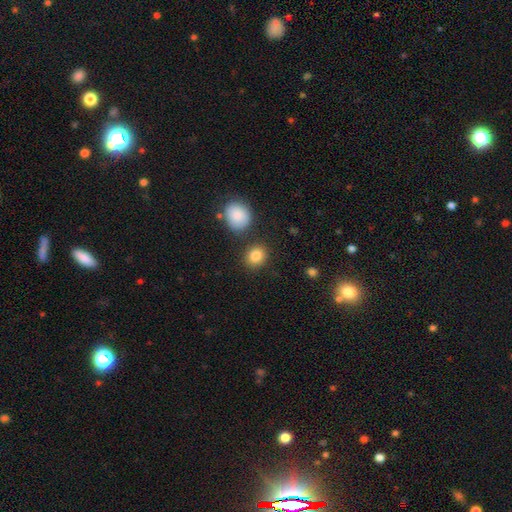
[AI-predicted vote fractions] Smooth or featured: smooth — 85% (star or artifact — 10%)
How rounded: round — 70% (in between — 29%)
Merging: none — 82% (minor disturbance — 9%)